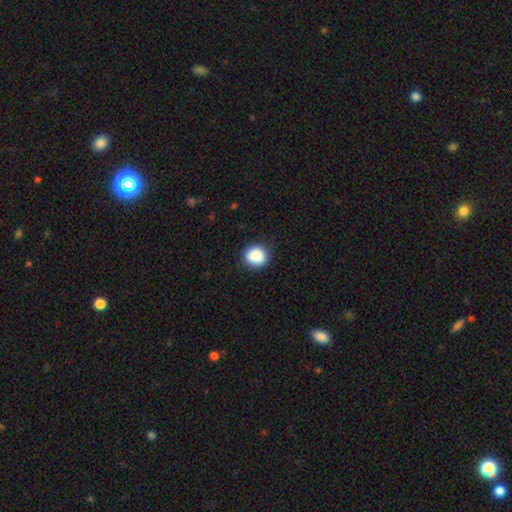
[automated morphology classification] The model was most divided on "how rounded": round: 86%, in between: 13%, cigar-shaped: 1%. More confident: smooth or featured — smooth (88%); merging — none (88%).